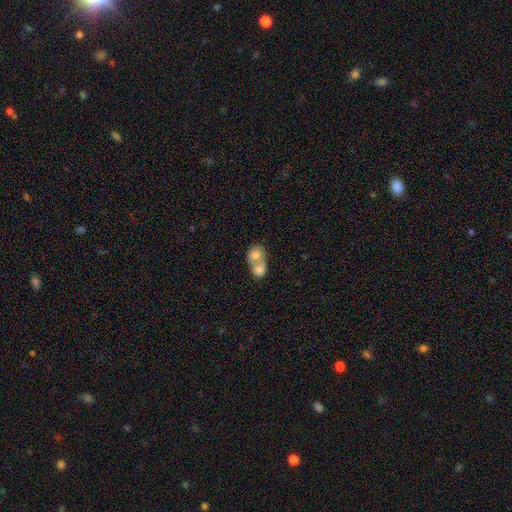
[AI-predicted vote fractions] Morphology: type=smooth (69%); roundness=round (61%); merging=merger (78%).